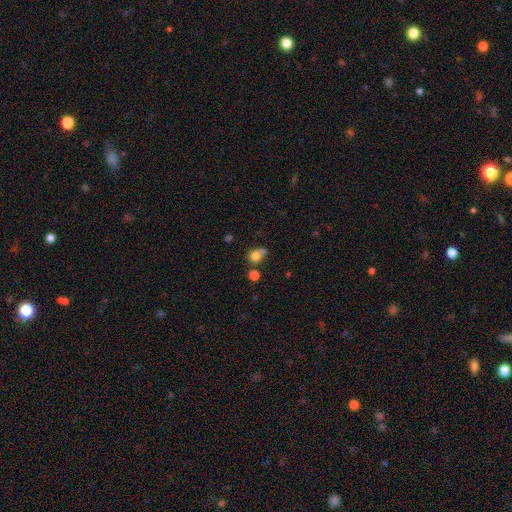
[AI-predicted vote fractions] Morphology: type=smooth (77%); roundness=round (78%); merging=none (47%).